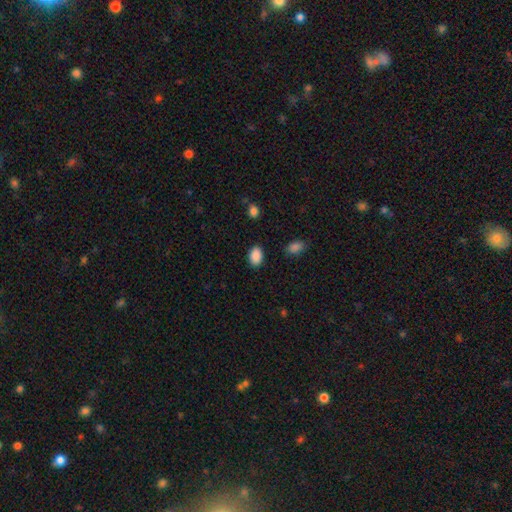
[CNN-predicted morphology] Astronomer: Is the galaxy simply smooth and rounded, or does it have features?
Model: smooth — 89%.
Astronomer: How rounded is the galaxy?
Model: in between — 82%.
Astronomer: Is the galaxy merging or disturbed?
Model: none — 87%.